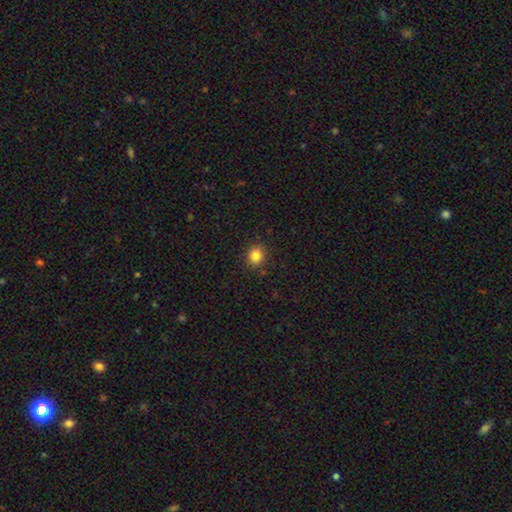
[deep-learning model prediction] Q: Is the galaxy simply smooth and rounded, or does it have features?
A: smooth — 84%.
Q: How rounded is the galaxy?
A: round — 76%.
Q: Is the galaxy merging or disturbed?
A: none — 88%.